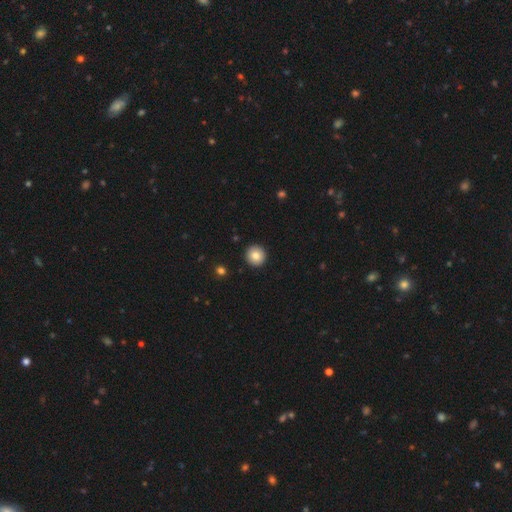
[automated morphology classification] The model was most divided on "smooth or featured": smooth: 84%, star or artifact: 9%, featured or disk: 8%. More confident: how rounded — round (95%); merging — none (93%).